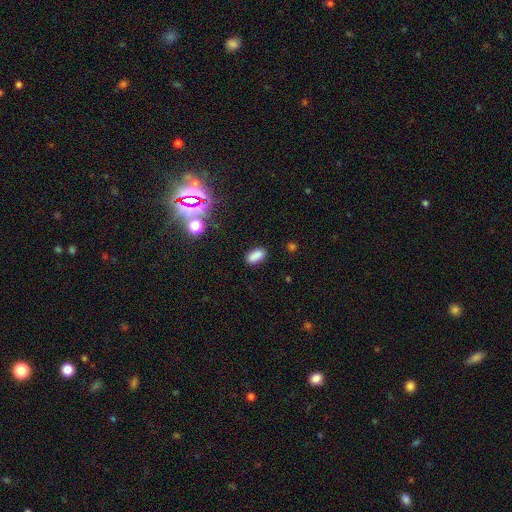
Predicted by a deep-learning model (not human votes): Smooth or featured? smooth (83%)
How rounded? in between (89%)
Merging? none (87%)